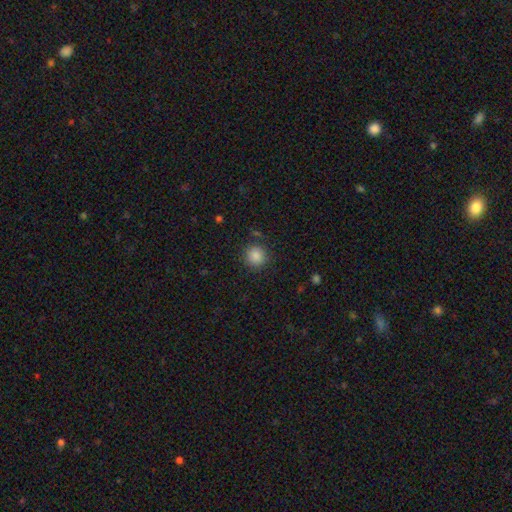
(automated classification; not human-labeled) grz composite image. It shows a smooth galaxy with no disk features (86%) that is round (93%). Merging: none (88%).